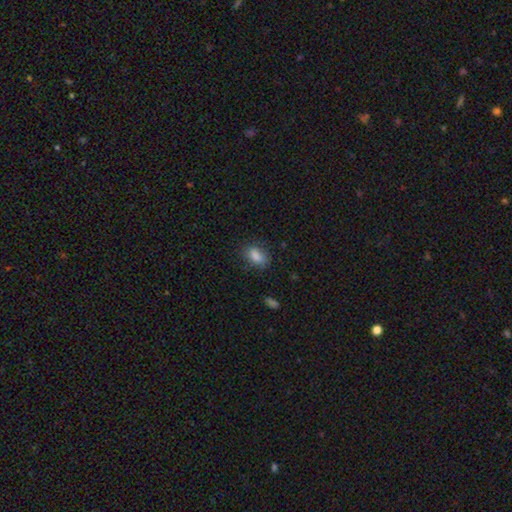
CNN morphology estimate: smooth-or-featured: smooth: 85% | star or artifact: 9% | featured or disk: 6%
  how-rounded: in between: 86% | round: 11% | cigar-shaped: 4%
  merging: none: 78% | minor disturbance: 16% | major disturbance: 4% | merger: 2%